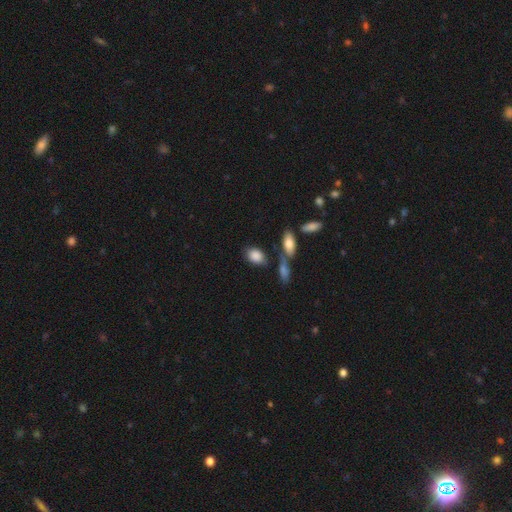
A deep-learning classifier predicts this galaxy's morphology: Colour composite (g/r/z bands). It shows a smooth galaxy with no disk features (85%) that is in between round and cigar-shaped (82%). Merging: none (67%).